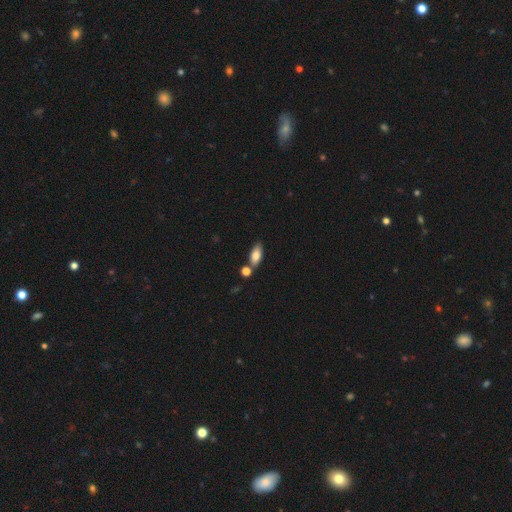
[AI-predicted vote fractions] Smooth or featured? Predicted: smooth (p=0.79). How rounded? Predicted: in between (p=0.85). Merging? Predicted: none (p=0.68).